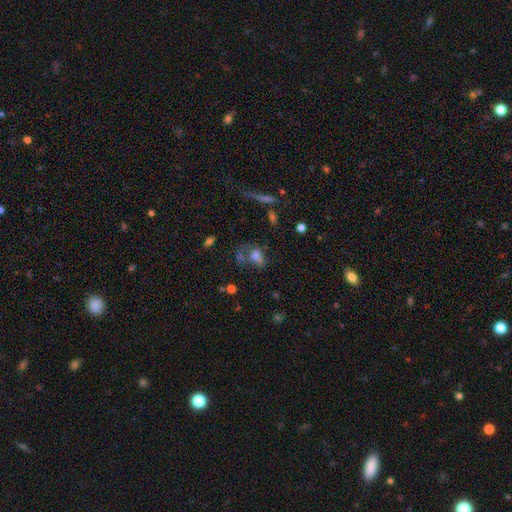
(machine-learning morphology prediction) Smooth or featured? Predicted: smooth (p=0.57). How rounded? Predicted: in between (p=0.68). Merging? Predicted: major disturbance (p=0.35).